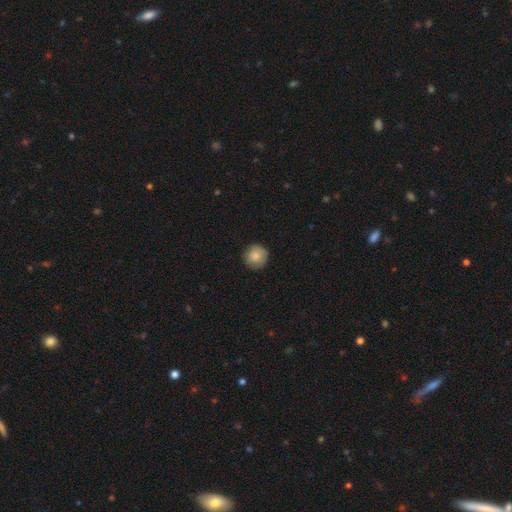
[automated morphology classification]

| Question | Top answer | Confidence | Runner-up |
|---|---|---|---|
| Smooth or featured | smooth | 84% | featured or disk (8%) |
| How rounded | round | 94% | in between (5%) |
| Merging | none | 85% | minor disturbance (12%) |